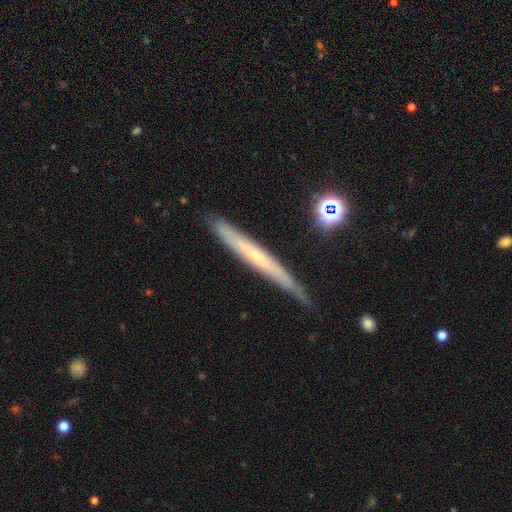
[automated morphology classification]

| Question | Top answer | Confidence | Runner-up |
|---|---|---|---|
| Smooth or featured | featured or disk | 59% | smooth (33%) |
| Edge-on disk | yes | 89% | no (11%) |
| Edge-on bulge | none | 67% | rounded (29%) |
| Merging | none | 78% | minor disturbance (17%) |